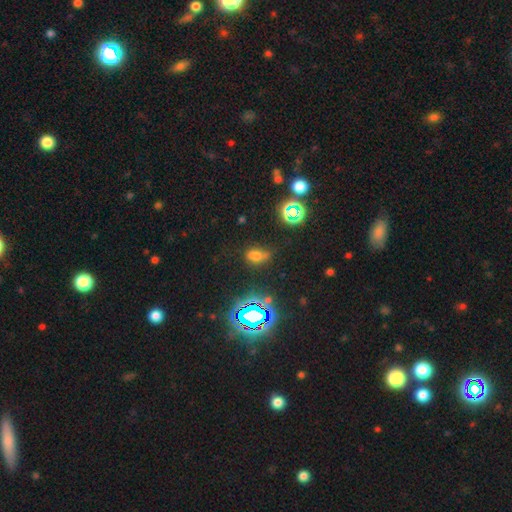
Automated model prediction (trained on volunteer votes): Overall: smooth (53%; star or artifact 36%). How rounded: in between (72%). Merging: none (53%; minor disturbance 25%).